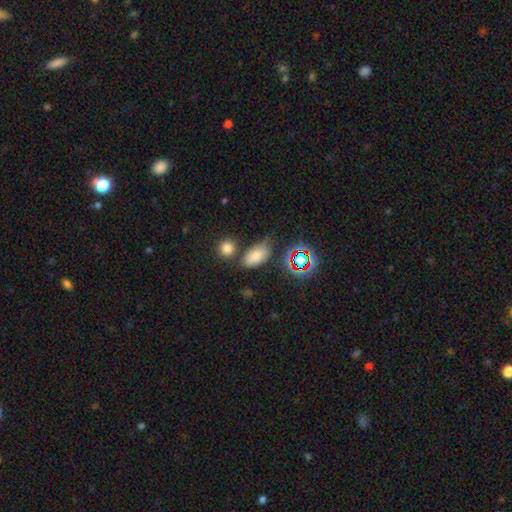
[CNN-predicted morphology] Q: Smooth or featured?
A: smooth (70%); runner-up: star or artifact (19%)
Q: How rounded?
A: in between (88%); runner-up: round (9%)
Q: Merging?
A: none (63%); runner-up: minor disturbance (19%)